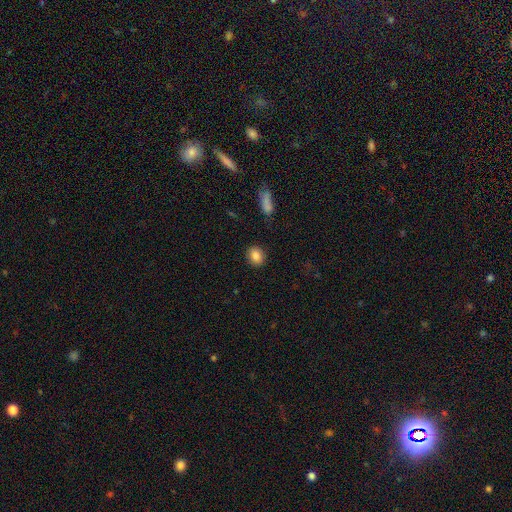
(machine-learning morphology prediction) smooth-or-featured: smooth: 86% | star or artifact: 9% | featured or disk: 5%
  how-rounded: round: 59% | in between: 40% | cigar-shaped: 1%
  merging: none: 89% | minor disturbance: 7% | major disturbance: 2% | merger: 2%